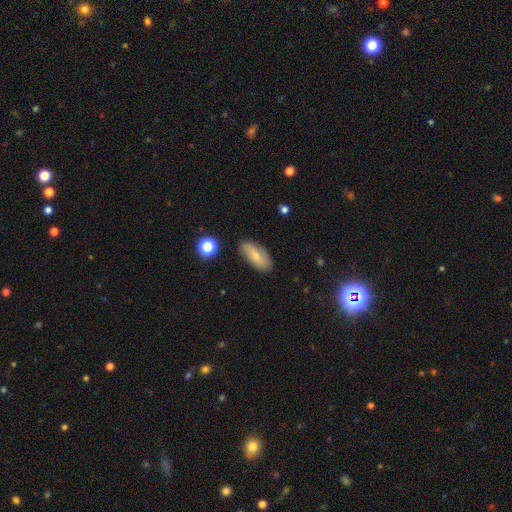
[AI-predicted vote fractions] smooth_or_featured: smooth (p=0.63) [alt: featured or disk p=0.30]
how_rounded: in between (p=0.81) [alt: cigar-shaped p=0.16]
merging: none (p=0.82) [alt: minor disturbance p=0.13]